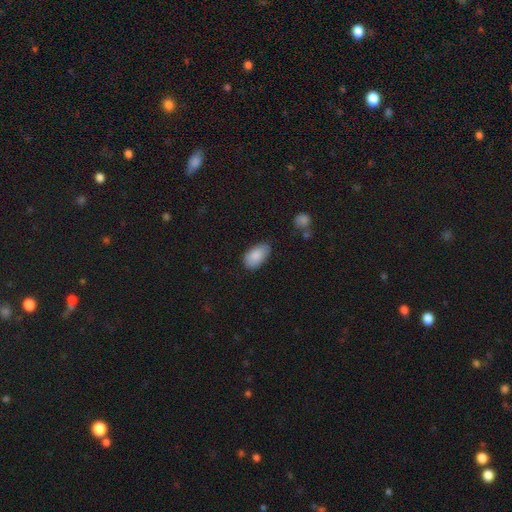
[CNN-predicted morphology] A smooth galaxy with no disk features (86%) that is in between round and cigar-shaped (94%). Merging: none (66%).